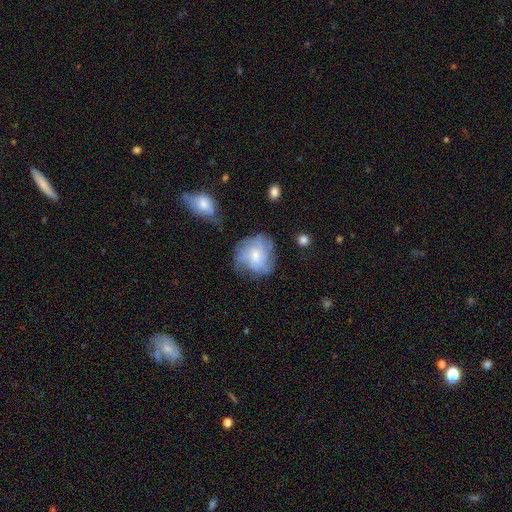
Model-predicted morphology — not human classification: Smooth or featured? featured or disk (55%)
Edge-on disk? no (97%)
Bar? no (60%)
Spiral arms? yes (74%)
Bulge size? small (55%)
Merging? none (57%)